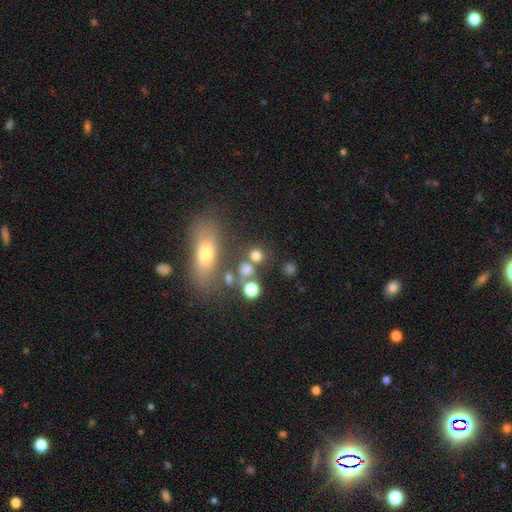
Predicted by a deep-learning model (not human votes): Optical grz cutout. It shows a smooth galaxy with no disk features (72%) that is round (81%). Merging: none (63%).